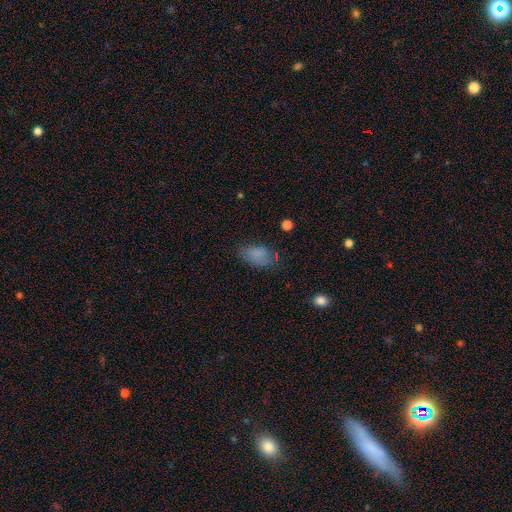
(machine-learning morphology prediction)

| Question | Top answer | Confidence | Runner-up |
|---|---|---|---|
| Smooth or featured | smooth | 80% | star or artifact (11%) |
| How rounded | in between | 91% | round (7%) |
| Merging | none | 66% | minor disturbance (23%) |